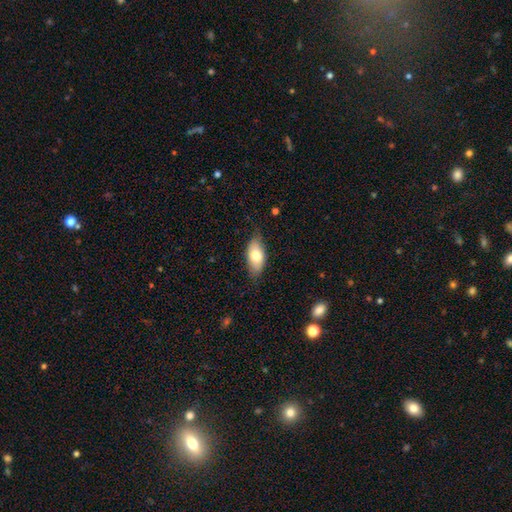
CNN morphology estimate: This appears to be a smooth galaxy with no disk features (74%) that is in between round and cigar-shaped (90%). Merging: none (76%).